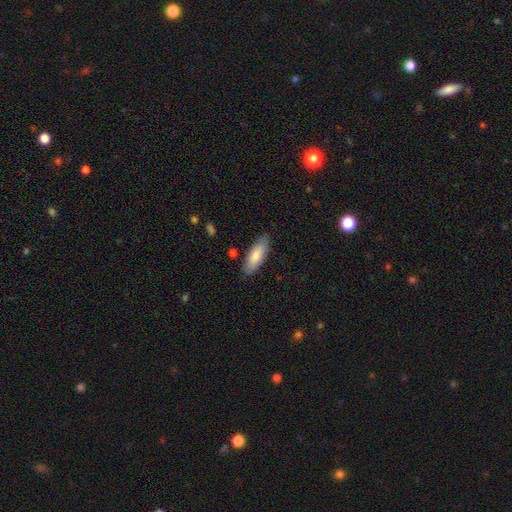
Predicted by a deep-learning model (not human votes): Morphology: type=smooth (79%); roundness=in between (65%); merging=none (82%).